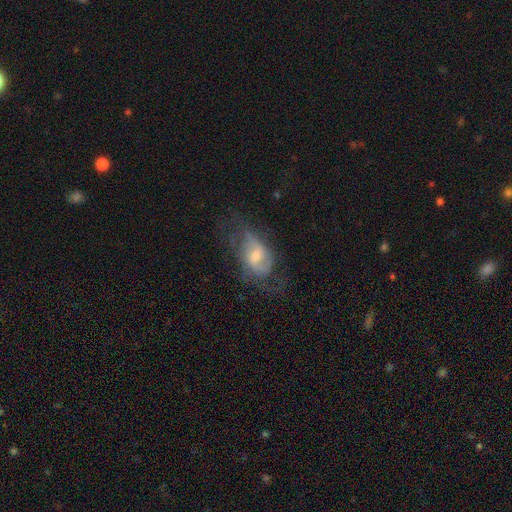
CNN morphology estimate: This appears to be a featured or disk galaxy (65%) with a weak bar (46%), spiral arms (78%) and a moderate central bulge (50%). Merging: none (51%).